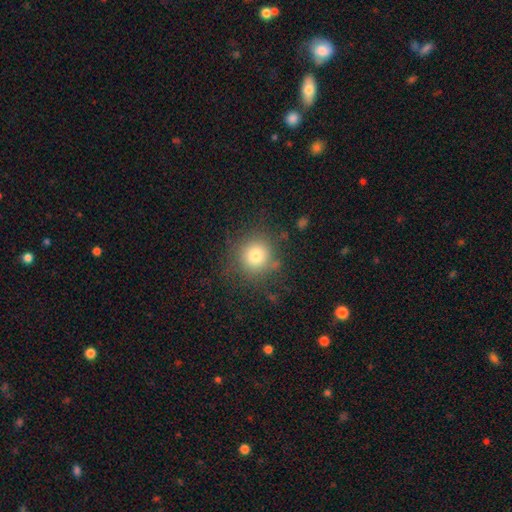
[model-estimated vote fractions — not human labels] smooth_or_featured: smooth (p=0.76) [alt: star or artifact p=0.14]
how_rounded: round (p=0.92) [alt: in between p=0.07]
merging: none (p=0.80) [alt: minor disturbance p=0.12]